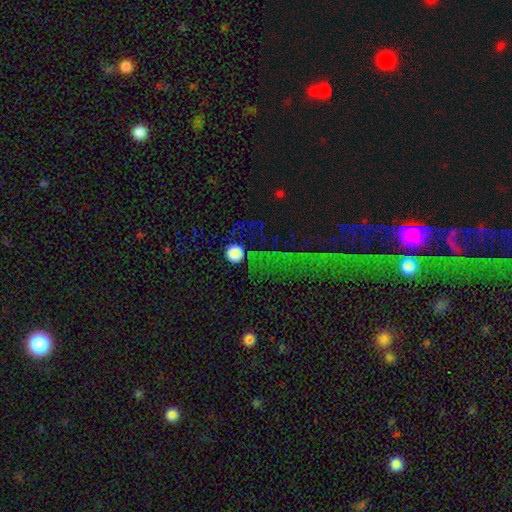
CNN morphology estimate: smooth_or_featured: smooth (p=0.68) [alt: star or artifact p=0.23]
how_rounded: round (p=0.93) [alt: in between p=0.05]
merging: none (p=0.77) [alt: major disturbance p=0.10]